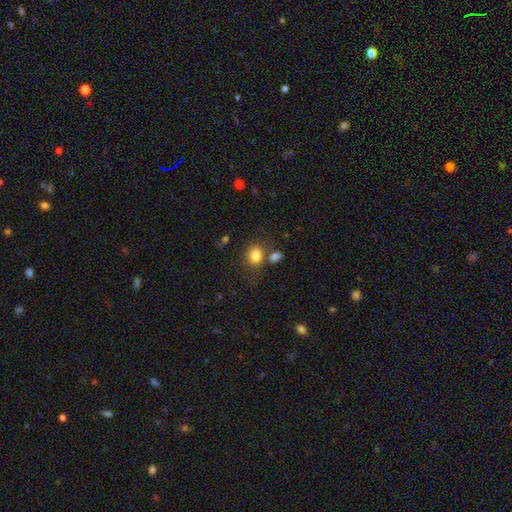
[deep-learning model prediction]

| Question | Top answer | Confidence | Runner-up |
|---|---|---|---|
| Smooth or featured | smooth | 82% | star or artifact (10%) |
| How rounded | round | 53% | in between (46%) |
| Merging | none | 63% | merger (17%) |